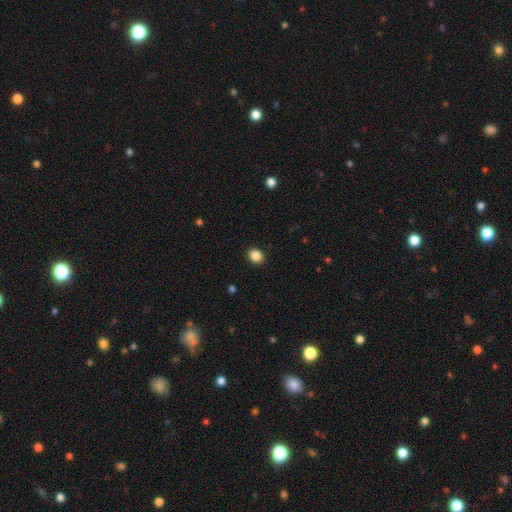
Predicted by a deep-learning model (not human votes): This appears to be a smooth galaxy with no disk features (87%) that is round (61%). Merging: none (91%).